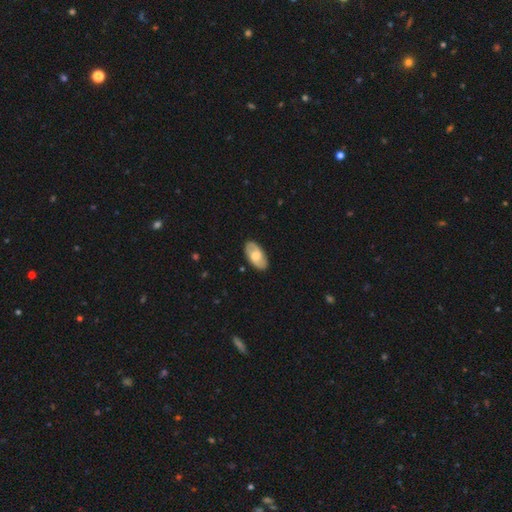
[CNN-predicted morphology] smooth-or-featured: smooth: 50% | featured or disk: 44% | star or artifact: 6%
  how-rounded: in between: 94% | round: 3% | cigar-shaped: 3%
  merging: none: 86% | minor disturbance: 10% | major disturbance: 2% | merger: 1%